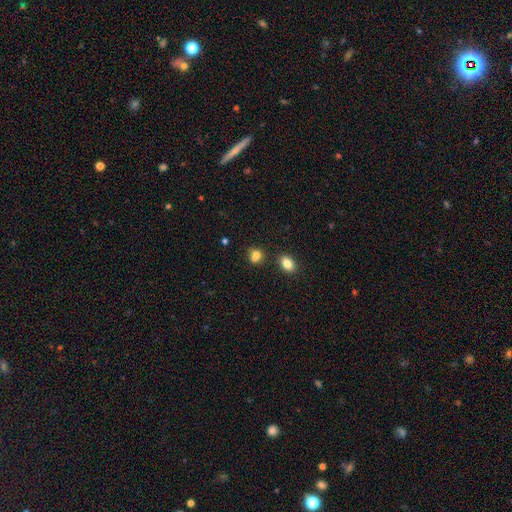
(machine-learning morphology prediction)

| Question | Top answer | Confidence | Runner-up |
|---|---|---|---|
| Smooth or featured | smooth | 78% | star or artifact (13%) |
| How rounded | round | 56% | in between (42%) |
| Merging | none | 55% | merger (28%) |